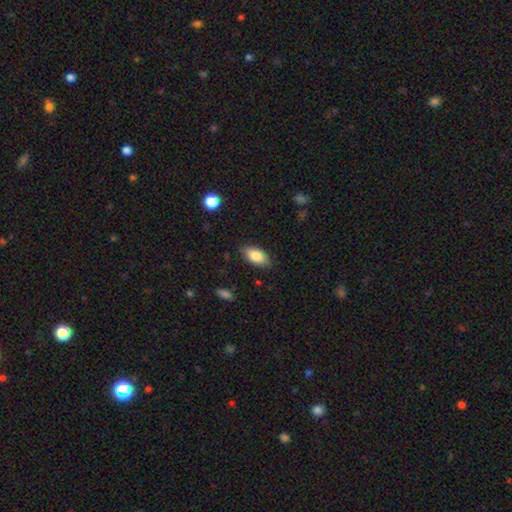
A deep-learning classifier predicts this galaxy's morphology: smooth-or-featured: smooth: 85% | featured or disk: 9% | star or artifact: 7%
  how-rounded: in between: 92% | cigar-shaped: 4% | round: 3%
  merging: none: 84% | minor disturbance: 12% | major disturbance: 3% | merger: 1%